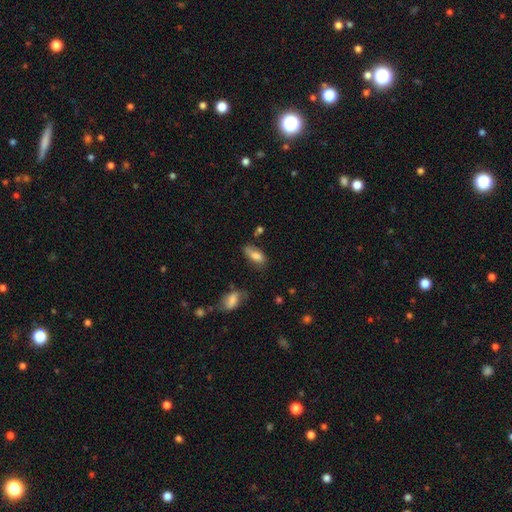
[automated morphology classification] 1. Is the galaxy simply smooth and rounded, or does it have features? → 79% smooth, 13% featured or disk, 8% star or artifact.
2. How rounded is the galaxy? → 84% in between, 13% cigar-shaped, 3% round.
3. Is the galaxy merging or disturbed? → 57% none, 30% minor disturbance, 8% major disturbance, 5% merger.